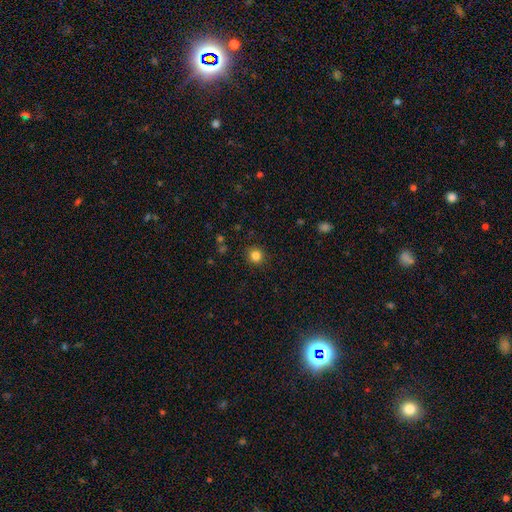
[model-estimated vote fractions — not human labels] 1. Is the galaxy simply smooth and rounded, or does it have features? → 83% smooth, 12% star or artifact, 5% featured or disk.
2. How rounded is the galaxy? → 91% round, 8% in between, 1% cigar-shaped.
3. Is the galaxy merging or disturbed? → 90% none, 7% minor disturbance, 2% major disturbance, 1% merger.